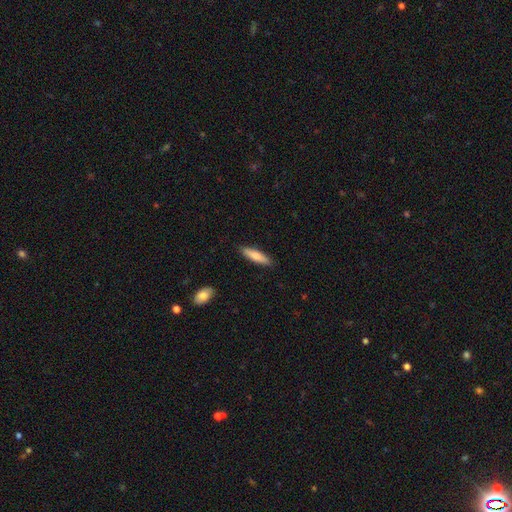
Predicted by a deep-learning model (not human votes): Smooth or featured? smooth (74%)
How rounded? cigar-shaped (74%)
Merging? none (89%)